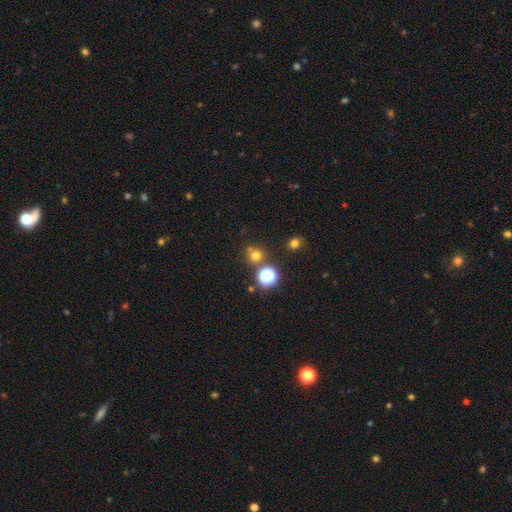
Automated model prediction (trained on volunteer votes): Q: Smooth or featured?
A: smooth (65%); runner-up: star or artifact (28%)
Q: How rounded?
A: round (91%); runner-up: in between (8%)
Q: Merging?
A: none (73%); runner-up: merger (16%)